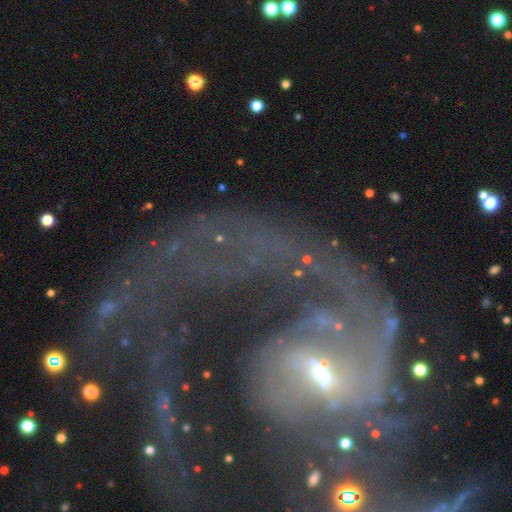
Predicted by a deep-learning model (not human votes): This appears to be a featured or disk galaxy (81%) with a weak bar (43%), 2 (47%) loose (48%) spiral arms (83%) and a small central bulge (48%). Merging: major disturbance (45%).